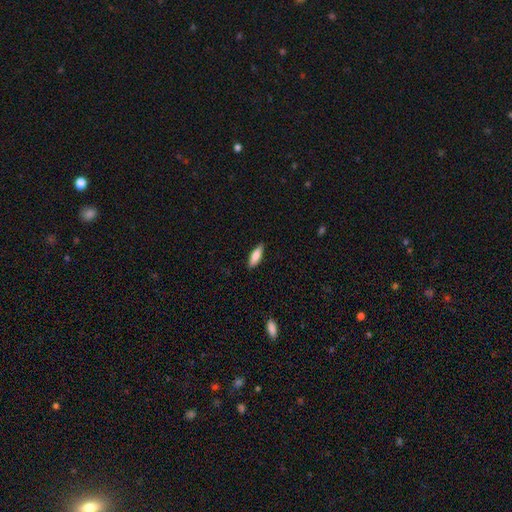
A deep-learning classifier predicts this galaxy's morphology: smooth-or-featured: smooth: 79% | featured or disk: 15% | star or artifact: 6%
  how-rounded: in between: 54% | cigar-shaped: 44% | round: 2%
  merging: none: 88% | minor disturbance: 9% | major disturbance: 2% | merger: 1%